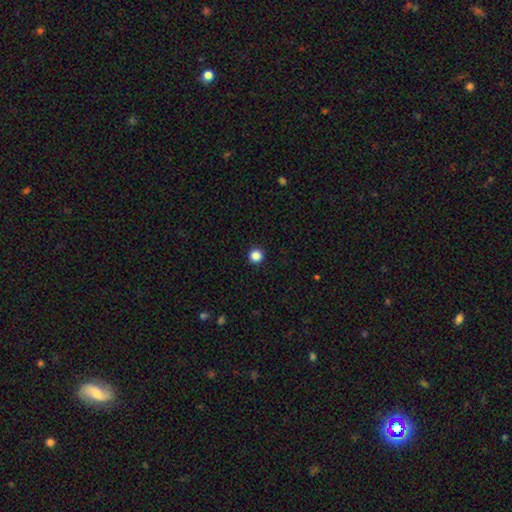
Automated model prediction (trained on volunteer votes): Smooth or featured: smooth — 86% (star or artifact — 11%)
How rounded: round — 96% (in between — 3%)
Merging: none — 94% (minor disturbance — 4%)